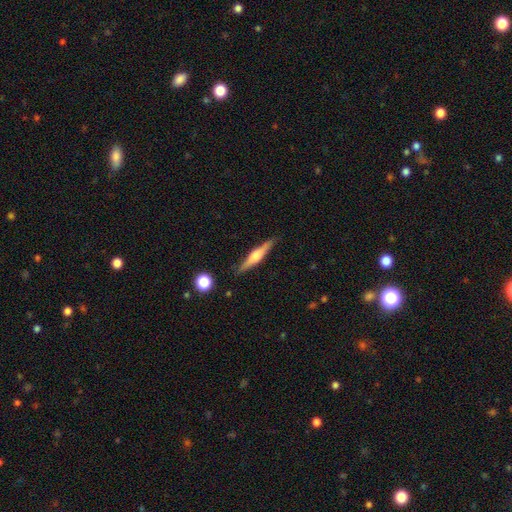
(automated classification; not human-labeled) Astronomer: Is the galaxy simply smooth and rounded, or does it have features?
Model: featured or disk — 64%.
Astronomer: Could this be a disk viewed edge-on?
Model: yes — 97%.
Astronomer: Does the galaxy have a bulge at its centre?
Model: rounded — 83%.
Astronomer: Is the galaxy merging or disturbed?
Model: none — 88%.